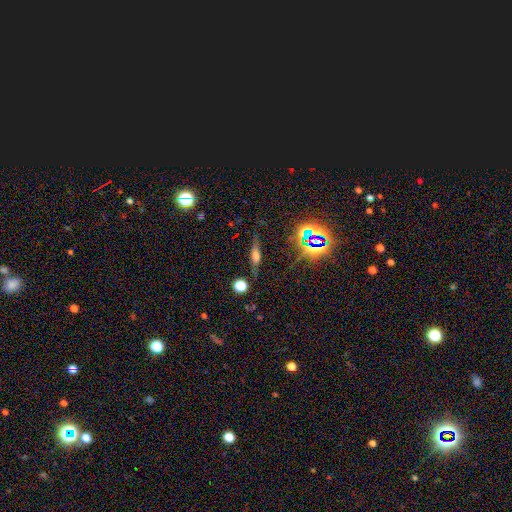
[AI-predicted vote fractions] This is marginally a smooth galaxy (43%). Merging: likely none (75%).